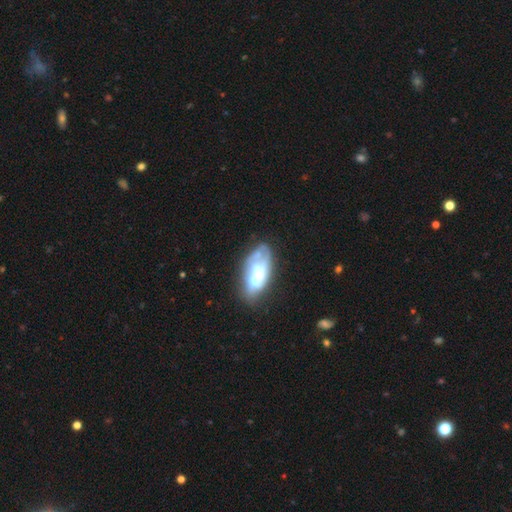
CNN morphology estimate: featured or disk 59%, smooth 33%, star or artifact 8%. Down the decision tree: edge-on disk — no (90%); bar — no (72%); spiral arms — yes (54%); bulge size — moderate (42%); merging — none (56%).